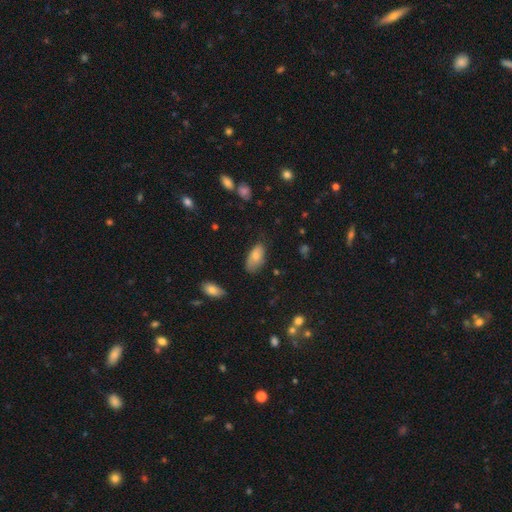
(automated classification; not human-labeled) smooth 77%, featured or disk 16%, star or artifact 8%. Down the decision tree: how rounded — in between (93%); merging — none (54%).